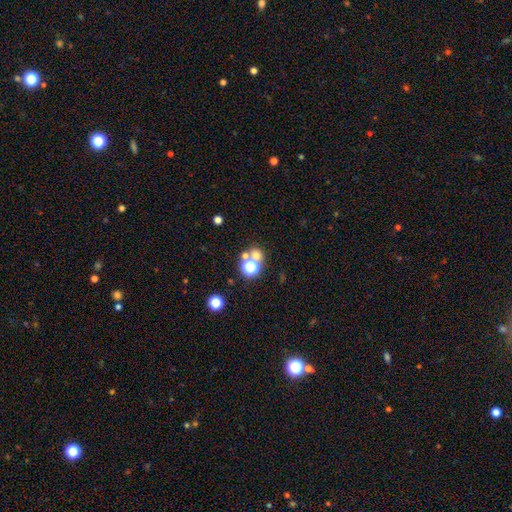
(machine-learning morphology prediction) smooth-or-featured: smooth: 60% | star or artifact: 30% | featured or disk: 10%
  how-rounded: round: 82% | in between: 16% | cigar-shaped: 1%
  merging: none: 56% | merger: 33% | minor disturbance: 7% | major disturbance: 4%